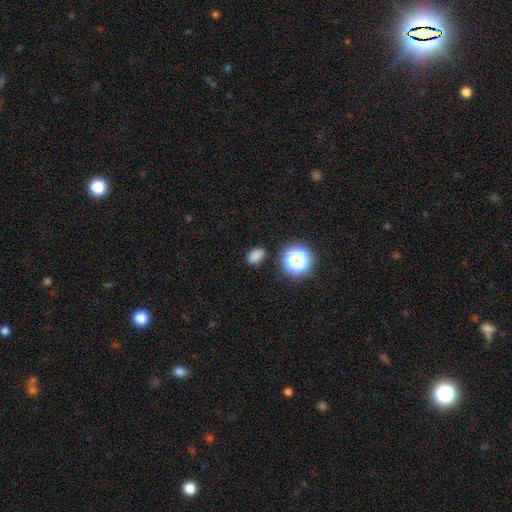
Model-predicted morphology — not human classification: Smooth or featured: smooth — 77% (star or artifact — 18%)
How rounded: in between — 73% (round — 26%)
Merging: none — 84% (minor disturbance — 10%)